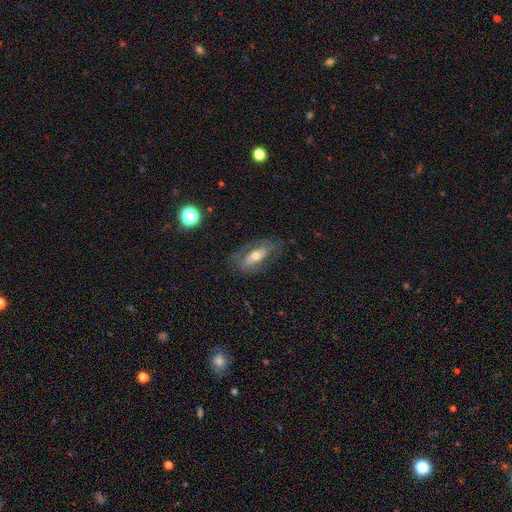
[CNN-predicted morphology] Q: Smooth or featured?
A: featured or disk (59%); runner-up: smooth (32%)
Q: Edge-on disk?
A: no (80%); runner-up: yes (20%)
Q: Merging?
A: none (68%); runner-up: minor disturbance (19%)